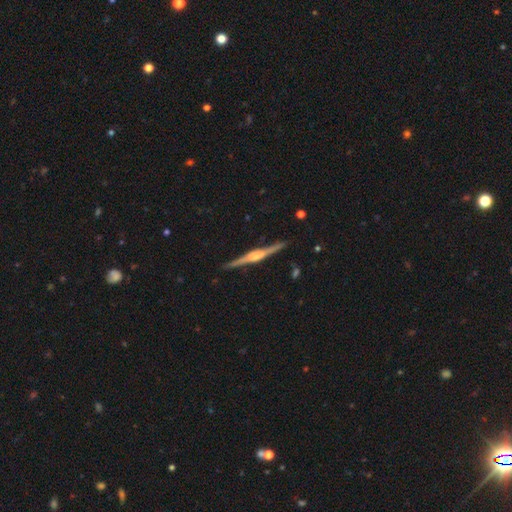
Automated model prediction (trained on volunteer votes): A featured or disk galaxy (84%) viewed edge-on (98%) with a rounded central bulge (64%). Merging: none (89%).